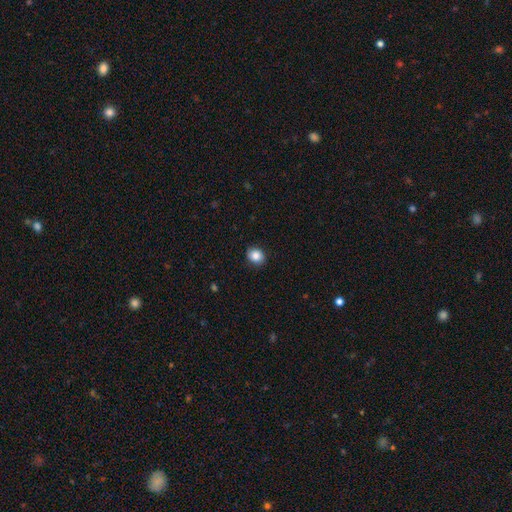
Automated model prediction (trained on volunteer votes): smooth 86%, star or artifact 9%, featured or disk 5%. Down the decision tree: how rounded — round (66%); merging — none (89%).